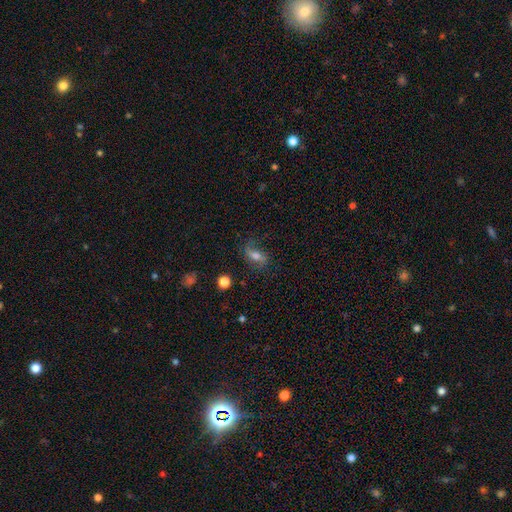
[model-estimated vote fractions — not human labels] Overall: featured or disk (56%; smooth 34%). Edge-on disk: no (86%). Merging: none (67%).